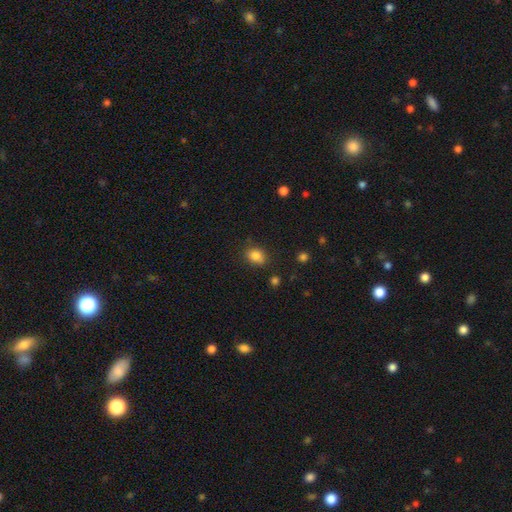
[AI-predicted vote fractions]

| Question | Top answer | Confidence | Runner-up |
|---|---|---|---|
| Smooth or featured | smooth | 83% | star or artifact (11%) |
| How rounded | in between | 59% | round (40%) |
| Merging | none | 75% | minor disturbance (18%) |